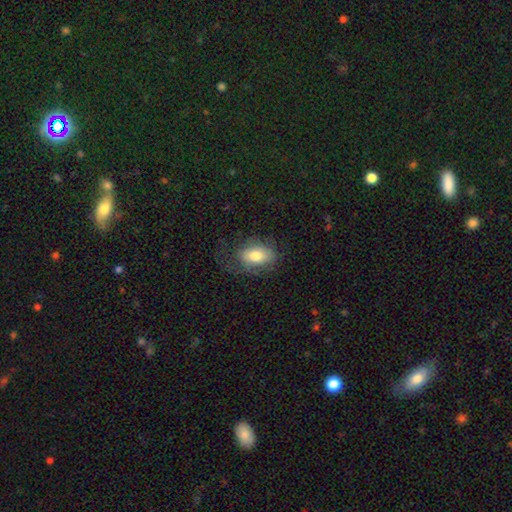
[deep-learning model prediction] This is likely a smooth galaxy (70%). How rounded: clearly in between (87%). Merging: possibly none (55%).